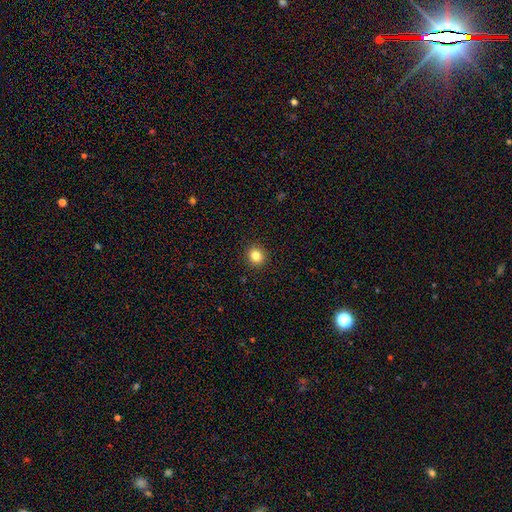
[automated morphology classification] This is clearly a smooth galaxy (83%). How rounded: clearly round (89%). Merging: clearly none (92%).